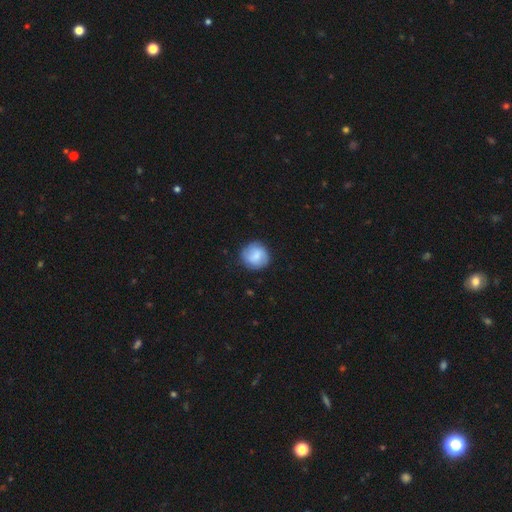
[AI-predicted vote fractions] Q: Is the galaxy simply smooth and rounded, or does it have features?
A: smooth — 71%.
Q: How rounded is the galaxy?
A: round — 91%.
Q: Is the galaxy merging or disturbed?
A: none — 84%.